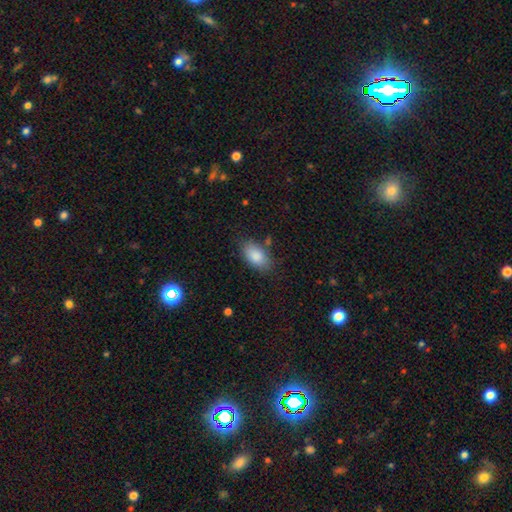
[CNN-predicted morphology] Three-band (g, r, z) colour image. It shows a smooth galaxy with no disk features (87%) that is in between round and cigar-shaped (92%). Merging: none (76%).